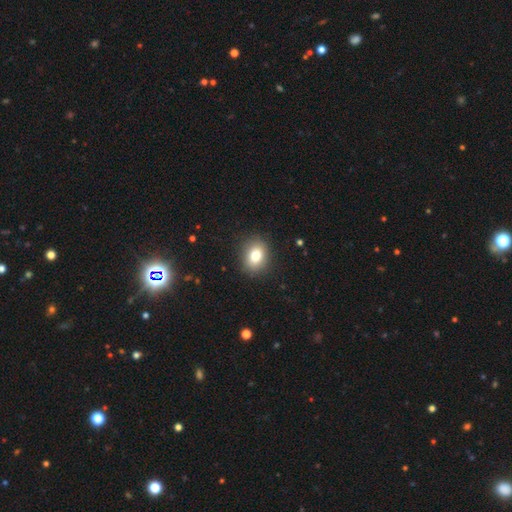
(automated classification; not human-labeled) Smooth or featured: smooth — 79% (featured or disk — 11%)
How rounded: in between — 54% (round — 45%)
Merging: none — 88% (minor disturbance — 8%)